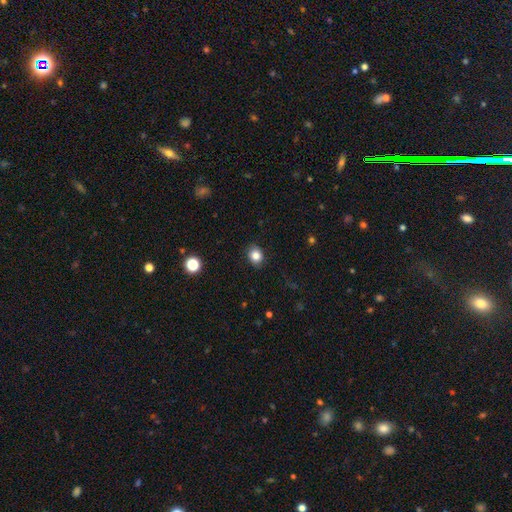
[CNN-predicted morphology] type=smooth (83%); roundness=round (55%); merging=none (88%).